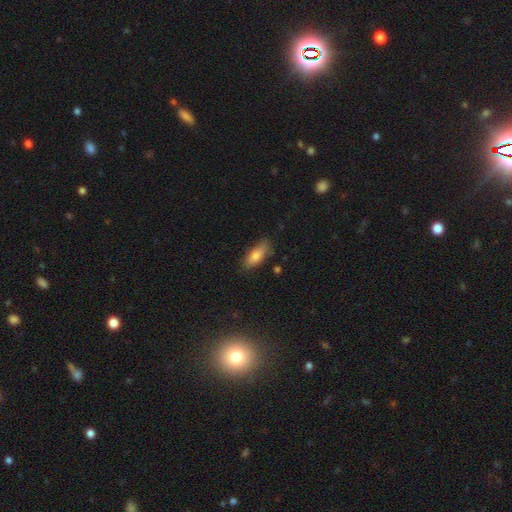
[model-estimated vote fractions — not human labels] Overall: smooth (76%). How rounded: in between (74%). Merging: none (76%).